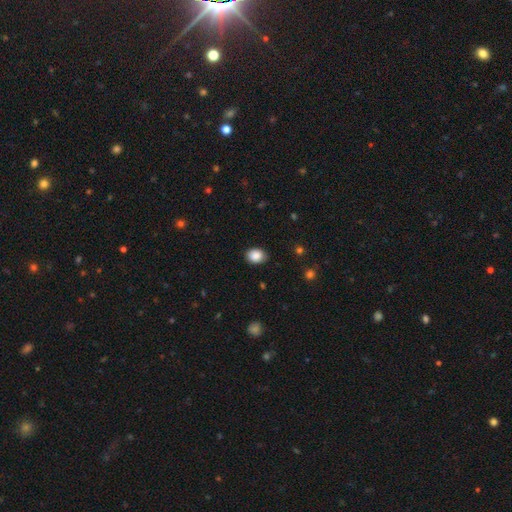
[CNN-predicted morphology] Q: Smooth or featured?
A: smooth (88%); runner-up: star or artifact (8%)
Q: How rounded?
A: in between (60%); runner-up: round (39%)
Q: Merging?
A: none (86%); runner-up: minor disturbance (11%)